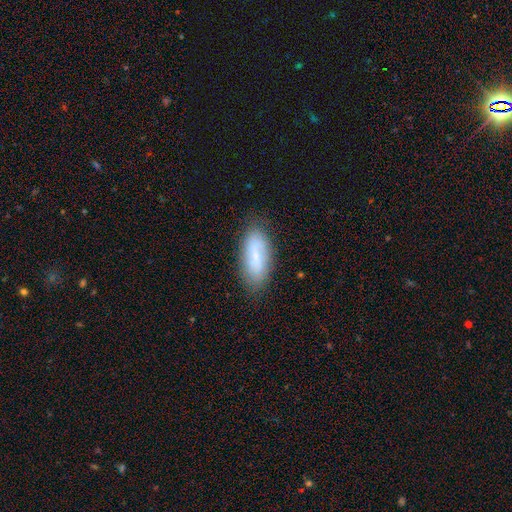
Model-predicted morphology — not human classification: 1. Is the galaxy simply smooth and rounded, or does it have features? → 66% smooth, 27% featured or disk, 8% star or artifact.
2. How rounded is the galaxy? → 77% in between, 20% cigar-shaped, 2% round.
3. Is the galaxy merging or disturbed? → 80% none, 15% minor disturbance, 3% major disturbance, 1% merger.